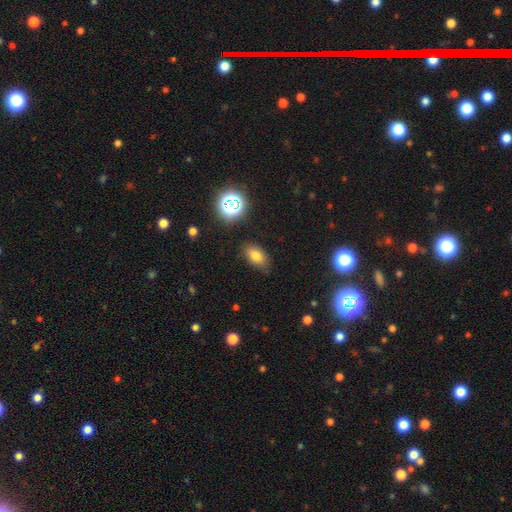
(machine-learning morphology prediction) The model was most divided on "smooth or featured": smooth: 75%, star or artifact: 15%, featured or disk: 10%. More confident: how rounded — in between (88%); merging — none (81%).